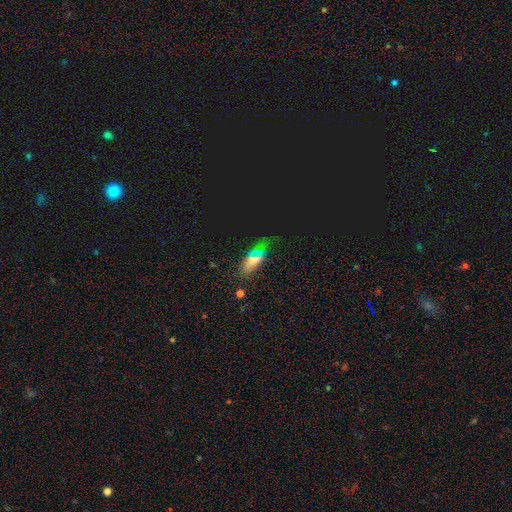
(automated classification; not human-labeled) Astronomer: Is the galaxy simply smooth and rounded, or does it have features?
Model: smooth — 51% (runner-up: star or artifact, 34%).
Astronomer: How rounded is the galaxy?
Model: in between — 79%.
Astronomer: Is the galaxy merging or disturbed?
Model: none — 75%.